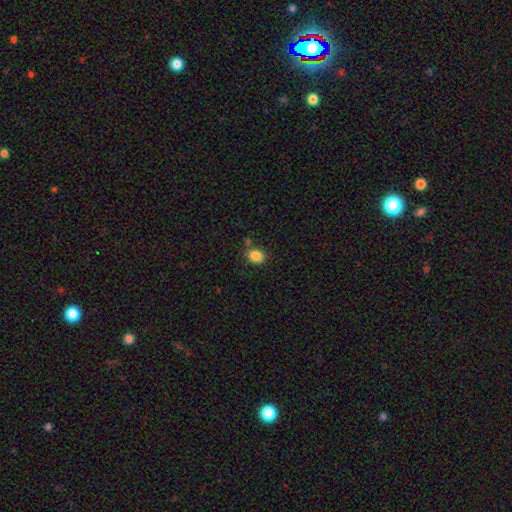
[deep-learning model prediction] Smooth or featured? Predicted: smooth (p=0.86). How rounded? Predicted: round (p=0.57). Merging? Predicted: none (p=0.76).